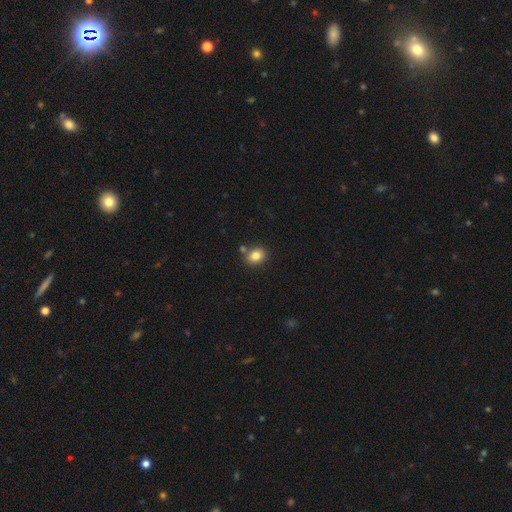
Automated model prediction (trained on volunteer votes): Smooth or featured? smooth (83%)
How rounded? in between (54%)
Merging? none (76%)